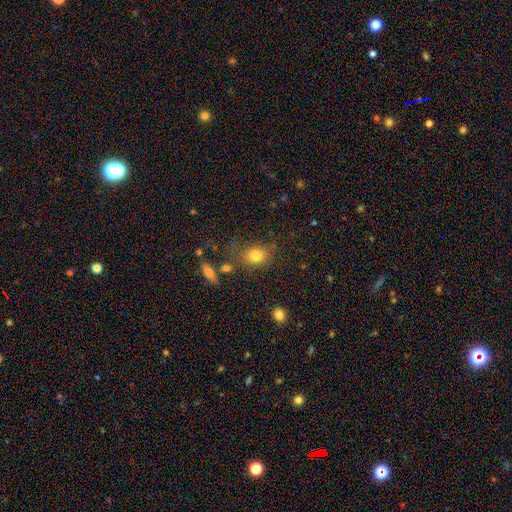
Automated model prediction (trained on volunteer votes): Smooth or featured?
  - smooth: 81% *
  - star or artifact: 10%
  - featured or disk: 9%
How rounded?
  - in between: 51% *
  - round: 48%
  - cigar-shaped: 2%
Merging?
  - none: 62% *
  - minor disturbance: 20%
  - major disturbance: 12%
  - merger: 7%